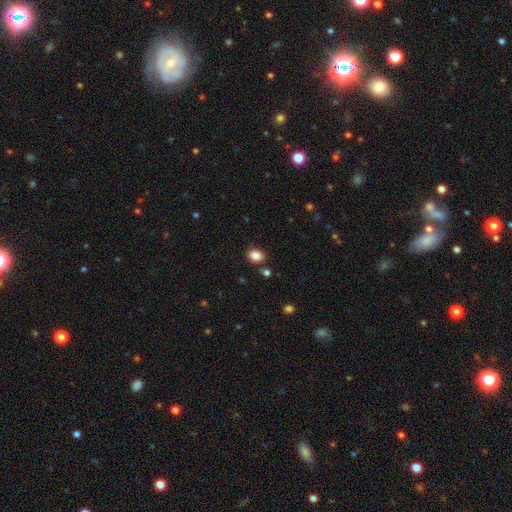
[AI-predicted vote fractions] Smooth or featured: smooth — 85% (star or artifact — 10%)
How rounded: in between — 54% (round — 45%)
Merging: none — 84% (minor disturbance — 9%)